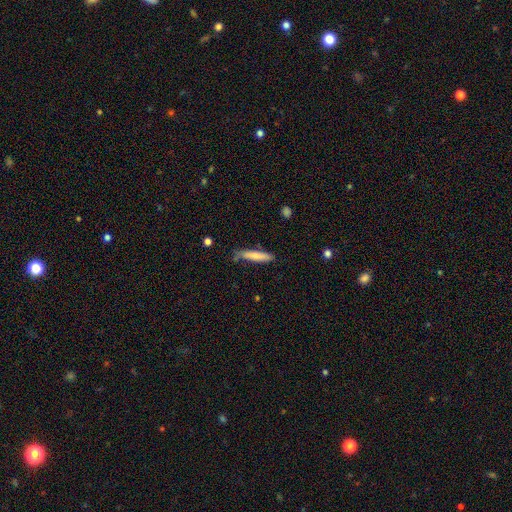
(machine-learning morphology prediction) Smooth or featured? Predicted: smooth (p=0.73). How rounded? Predicted: cigar-shaped (p=0.86). Merging? Predicted: none (p=0.69).